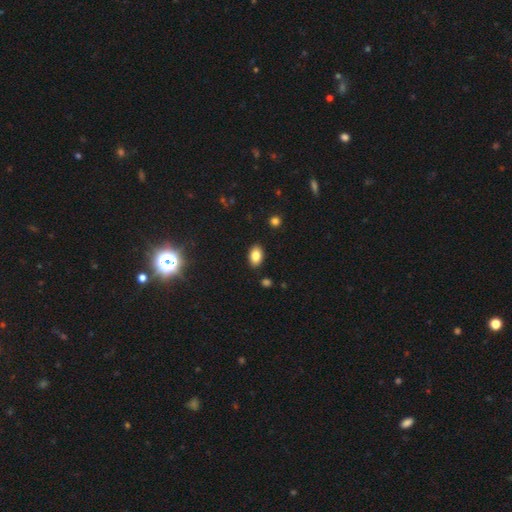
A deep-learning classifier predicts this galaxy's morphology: Smooth or featured: smooth — 83% (star or artifact — 9%)
How rounded: in between — 89% (round — 9%)
Merging: none — 88% (minor disturbance — 9%)